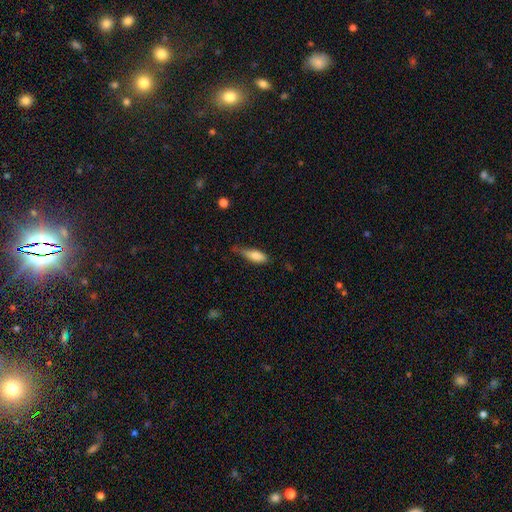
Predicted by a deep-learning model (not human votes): Morphology: type=smooth (81%); roundness=in between (64%); merging=none (45%).